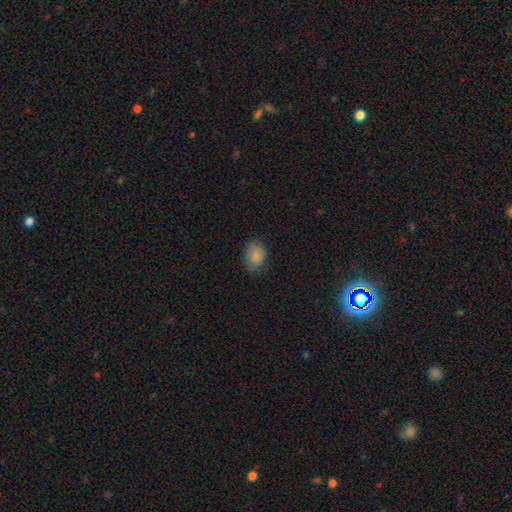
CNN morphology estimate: The model was most divided on "how rounded": in between: 65%, round: 34%, cigar-shaped: 1%. More confident: smooth or featured — smooth (86%); merging — none (77%).